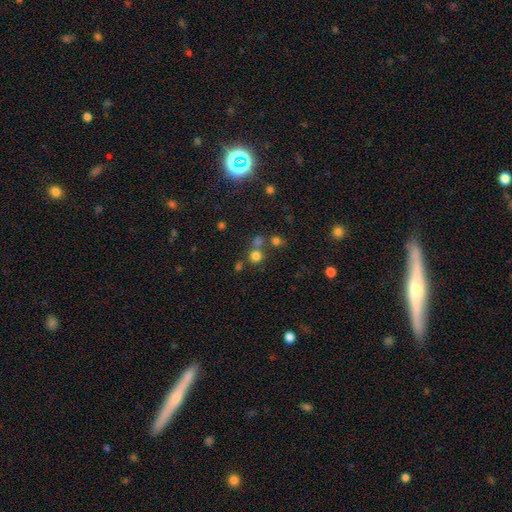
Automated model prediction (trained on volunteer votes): smooth-or-featured: smooth: 72% | star or artifact: 20% | featured or disk: 8%
  how-rounded: round: 91% | in between: 8% | cigar-shaped: 1%
  merging: none: 63% | merger: 25% | minor disturbance: 7% | major disturbance: 4%